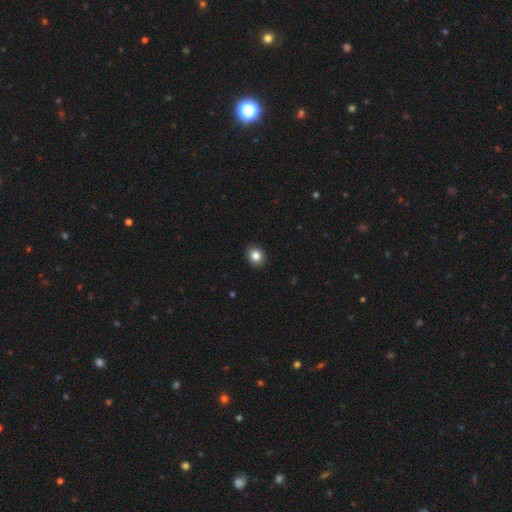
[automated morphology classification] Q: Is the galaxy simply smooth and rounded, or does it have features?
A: smooth — 85%.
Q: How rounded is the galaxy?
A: round — 61%.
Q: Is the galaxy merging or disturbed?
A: none — 91%.